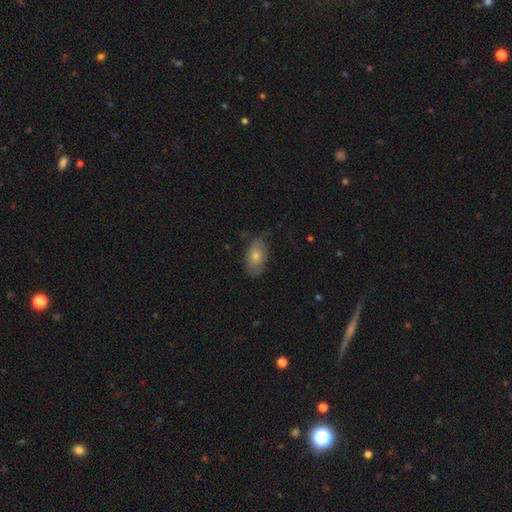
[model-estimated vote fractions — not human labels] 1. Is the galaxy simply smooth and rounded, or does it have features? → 65% smooth, 25% featured or disk, 10% star or artifact.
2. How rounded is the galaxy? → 90% in between, 8% round, 2% cigar-shaped.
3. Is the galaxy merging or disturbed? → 75% none, 19% minor disturbance, 4% major disturbance, 1% merger.